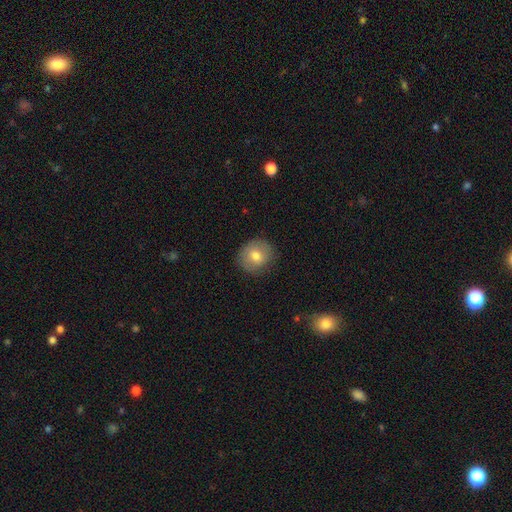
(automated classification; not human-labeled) Smooth or featured? smooth (73%)
How rounded? round (84%)
Merging? none (83%)